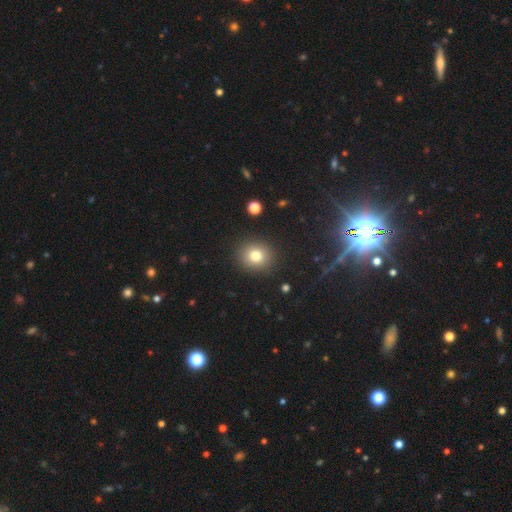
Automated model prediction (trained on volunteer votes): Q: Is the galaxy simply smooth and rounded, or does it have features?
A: smooth — 79%.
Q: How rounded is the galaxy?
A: round — 81%.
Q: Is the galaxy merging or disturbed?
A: none — 89%.